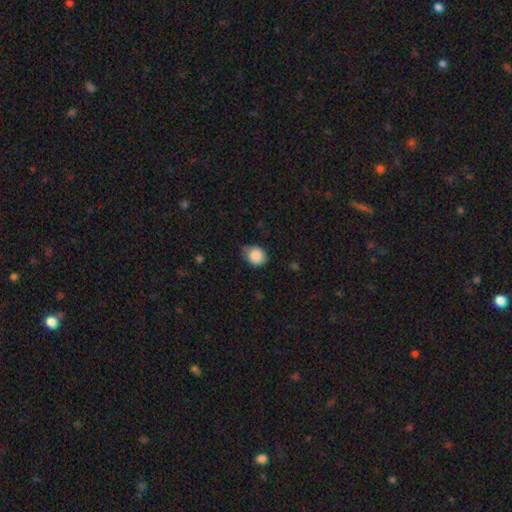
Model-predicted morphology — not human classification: smooth_or_featured: smooth (p=0.87) [alt: star or artifact p=0.08]
how_rounded: round (p=0.72) [alt: in between p=0.27]
merging: none (p=0.64) [alt: minor disturbance p=0.28]